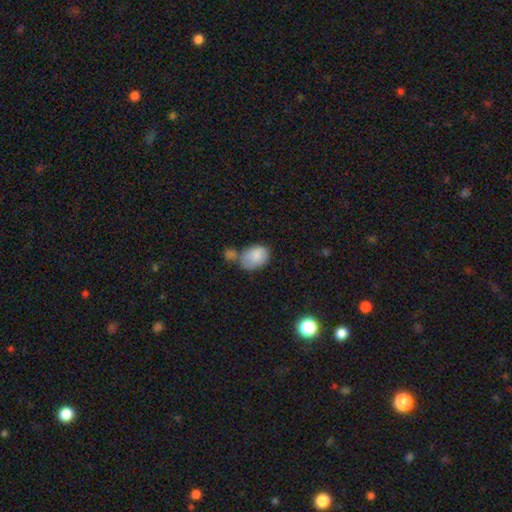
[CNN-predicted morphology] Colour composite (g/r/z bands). It shows a smooth galaxy with no disk features (79%) that is in between round and cigar-shaped (80%). Merging: merger (33%, tied with none).